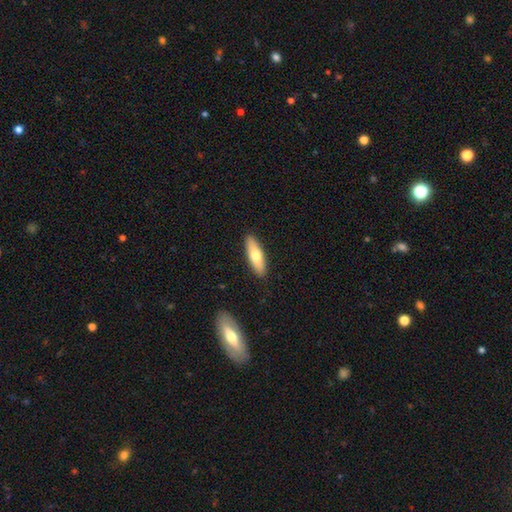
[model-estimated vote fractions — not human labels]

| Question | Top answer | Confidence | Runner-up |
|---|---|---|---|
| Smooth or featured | smooth | 67% | featured or disk (28%) |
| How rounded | cigar-shaped | 50% | in between (48%) |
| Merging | none | 90% | minor disturbance (7%) |